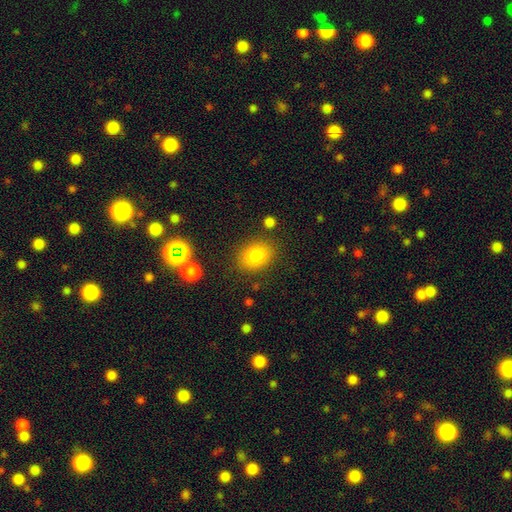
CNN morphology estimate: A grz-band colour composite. It shows a smooth galaxy with no disk features (81%) that is in between round and cigar-shaped (58%). Merging: none (83%).